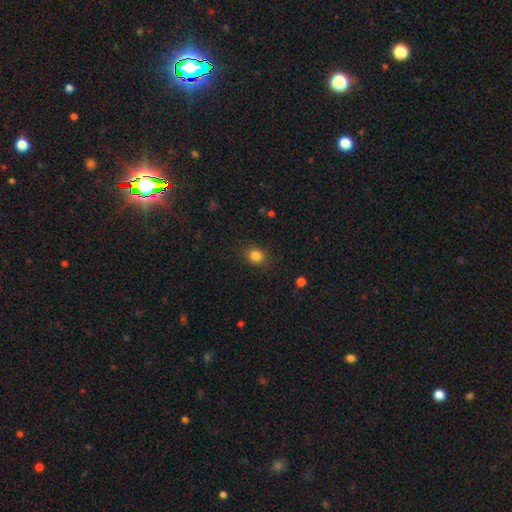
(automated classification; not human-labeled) This appears to be a smooth galaxy with no disk features (84%) that is round (65%). Merging: none (86%).